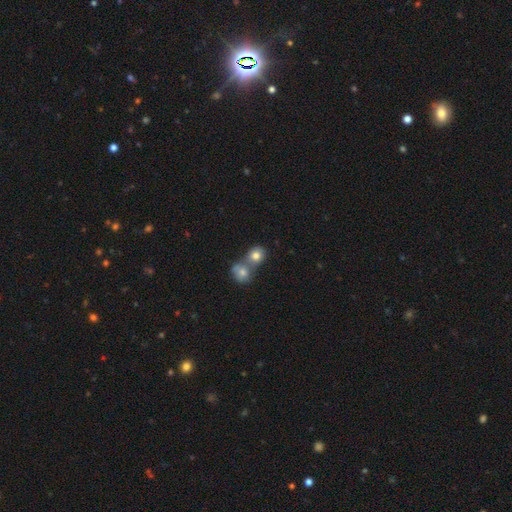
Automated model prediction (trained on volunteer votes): smooth 79%, featured or disk 11%, star or artifact 11%. Down the decision tree: how rounded — round (74%); merging — merger (53%).